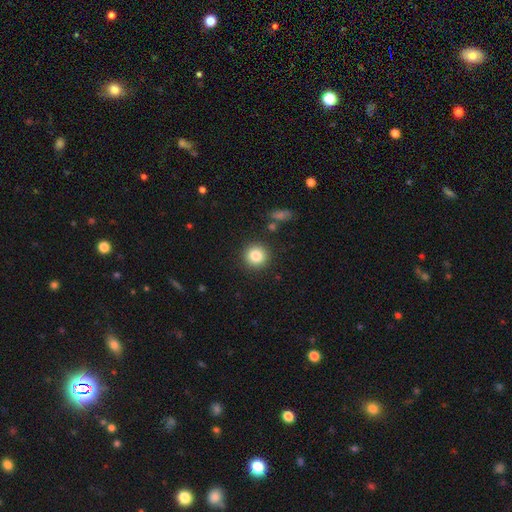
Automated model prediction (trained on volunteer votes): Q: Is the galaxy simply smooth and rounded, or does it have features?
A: smooth — 84%.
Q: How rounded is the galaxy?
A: round — 94%.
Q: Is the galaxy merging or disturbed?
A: none — 89%.